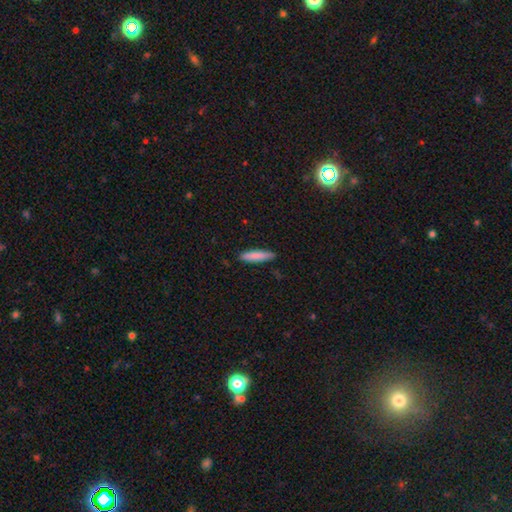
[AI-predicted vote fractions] This appears to be a smooth galaxy with no disk features (84%) that is cigar-shaped (84%). Merging: none (87%).